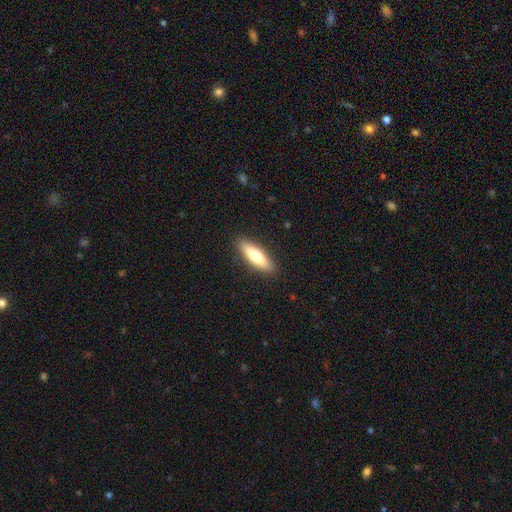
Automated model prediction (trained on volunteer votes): This is likely a smooth galaxy (72%). How rounded: possibly cigar-shaped (57%). Merging: clearly none (89%).